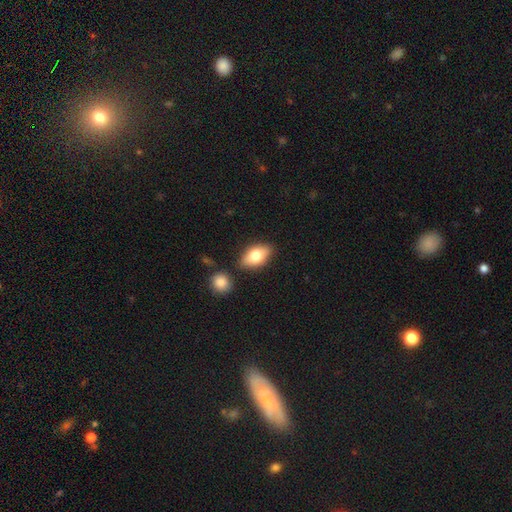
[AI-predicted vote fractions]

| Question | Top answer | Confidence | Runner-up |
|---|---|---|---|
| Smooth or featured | smooth | 73% | featured or disk (20%) |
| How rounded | in between | 88% | round (7%) |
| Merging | none | 79% | minor disturbance (12%) |